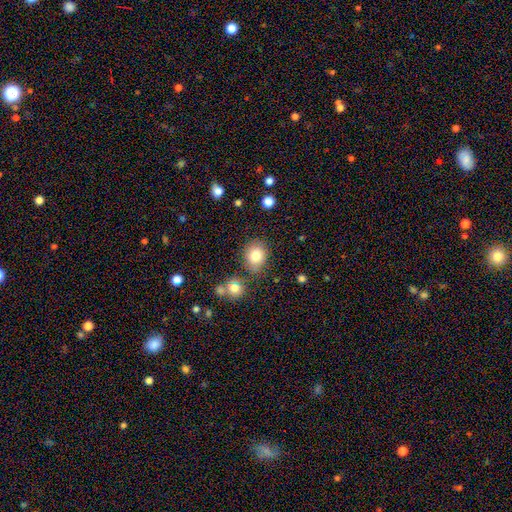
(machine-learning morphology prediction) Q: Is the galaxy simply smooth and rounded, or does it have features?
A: smooth — 80%.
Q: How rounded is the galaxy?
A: round — 59%.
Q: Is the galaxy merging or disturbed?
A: none — 75%.